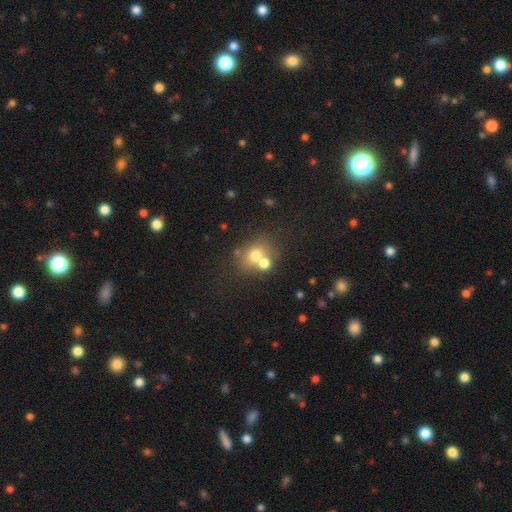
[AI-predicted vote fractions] smooth_or_featured: smooth (p=0.68) [alt: featured or disk p=0.18]
how_rounded: round (p=0.64) [alt: in between p=0.35]
merging: none (p=0.45) [alt: merger p=0.41]